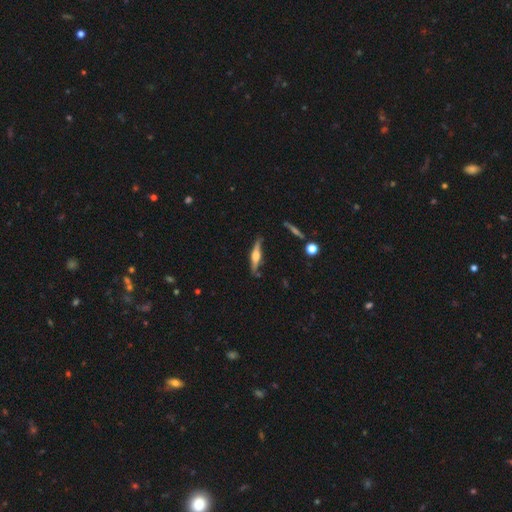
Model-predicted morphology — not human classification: A featured or disk galaxy (72%) viewed edge-on (97%) with a rounded central bulge (84%).

Vote fractions:
- Smooth or featured? featured or disk: 72% / smooth: 22% / star or artifact: 6%
- Edge-on disk? yes: 97% / no: 3%
- Edge-on bulge? rounded: 84% / boxy: 13% / none: 3%
- Merging? none: 82% / minor disturbance: 13% / major disturbance: 3% / merger: 2%